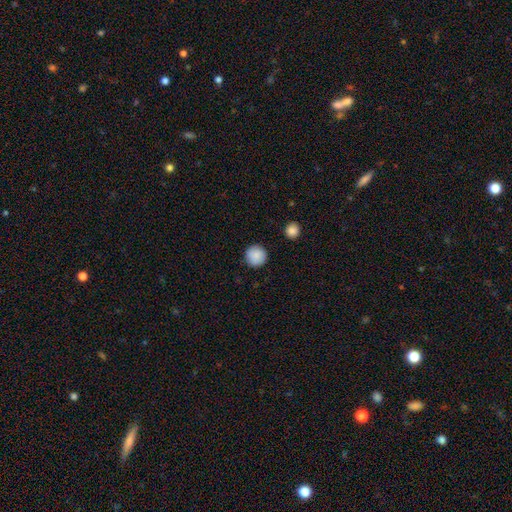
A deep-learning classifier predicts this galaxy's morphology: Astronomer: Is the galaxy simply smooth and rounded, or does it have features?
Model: smooth — 88%.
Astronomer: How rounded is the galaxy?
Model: round — 95%.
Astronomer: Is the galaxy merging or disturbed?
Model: none — 91%.